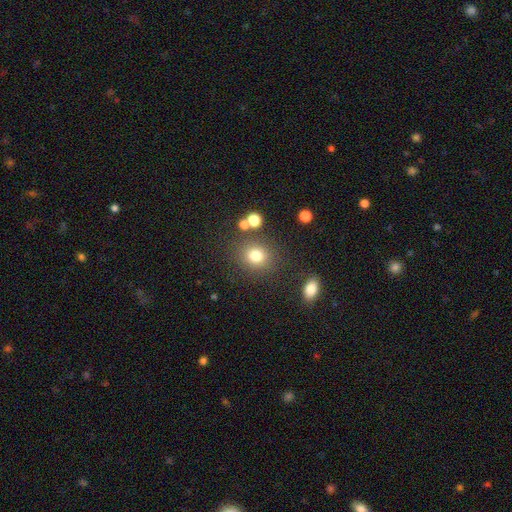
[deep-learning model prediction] A smooth galaxy with no disk features (79%) that is round (79%).

Vote fractions:
- Smooth or featured? smooth: 79% / star or artifact: 14% / featured or disk: 8%
- How rounded? round: 79% / in between: 20% / cigar-shaped: 1%
- Merging? none: 79% / minor disturbance: 10% / merger: 6% / major disturbance: 4%